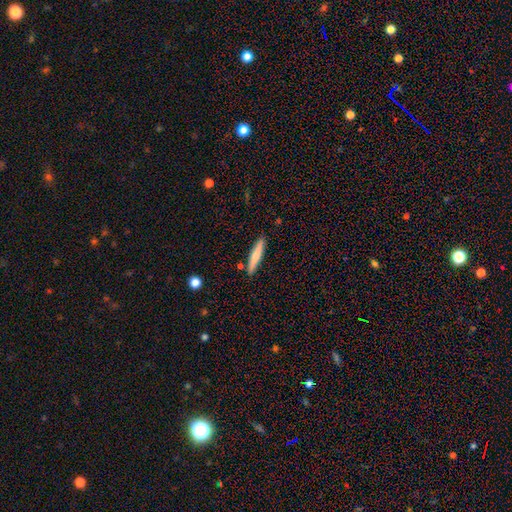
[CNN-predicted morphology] smooth-or-featured: smooth: 66% | featured or disk: 28% | star or artifact: 6%
  how-rounded: cigar-shaped: 91% | in between: 8% | round: 1%
  merging: none: 88% | minor disturbance: 8% | merger: 3% | major disturbance: 2%